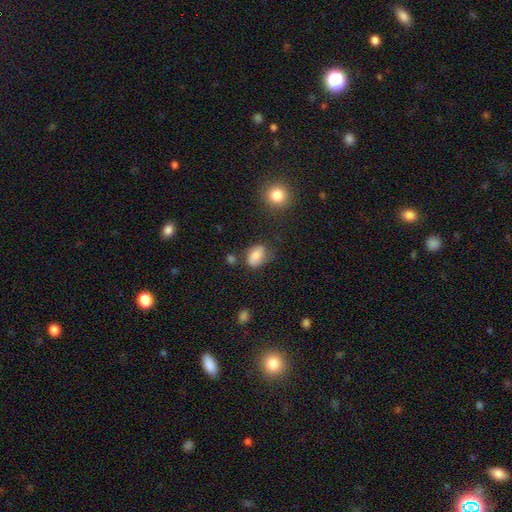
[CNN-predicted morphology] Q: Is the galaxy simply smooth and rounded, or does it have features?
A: smooth — 72%.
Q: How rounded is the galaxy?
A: in between — 78%.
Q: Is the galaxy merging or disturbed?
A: none — 59%.